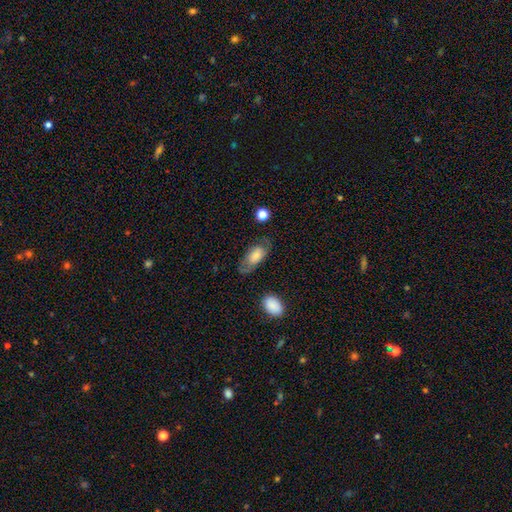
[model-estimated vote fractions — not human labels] Smooth or featured?
  - smooth: 59% *
  - featured or disk: 33%
  - star or artifact: 7%
How rounded?
  - in between: 88% *
  - cigar-shaped: 7%
  - round: 5%
Merging?
  - none: 61% *
  - minor disturbance: 24%
  - major disturbance: 12%
  - merger: 3%